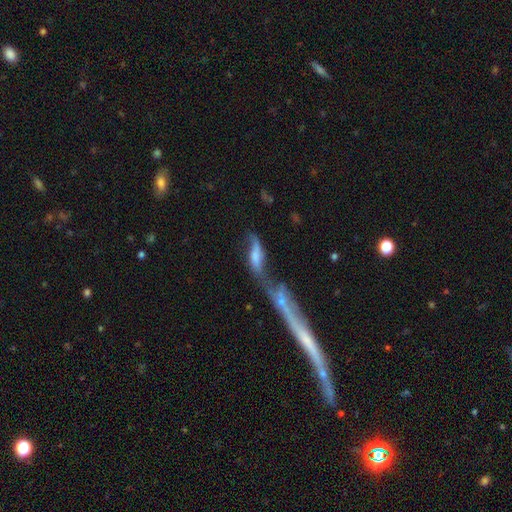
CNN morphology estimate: Overall: featured or disk (48%; smooth 42%). Merging: merger (59%).